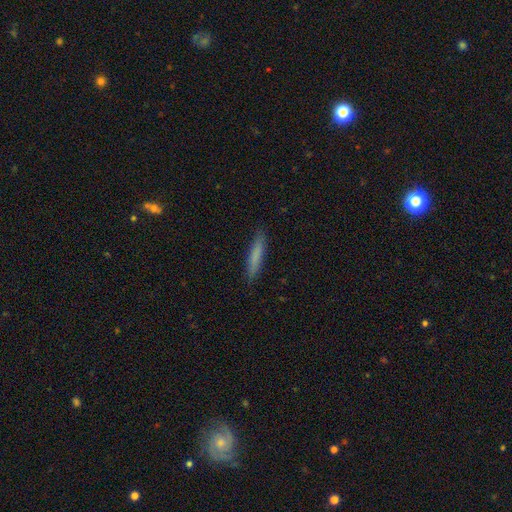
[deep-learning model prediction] Q: Smooth or featured?
A: smooth (76%); runner-up: featured or disk (18%)
Q: How rounded?
A: cigar-shaped (92%); runner-up: in between (7%)
Q: Merging?
A: none (88%); runner-up: minor disturbance (9%)